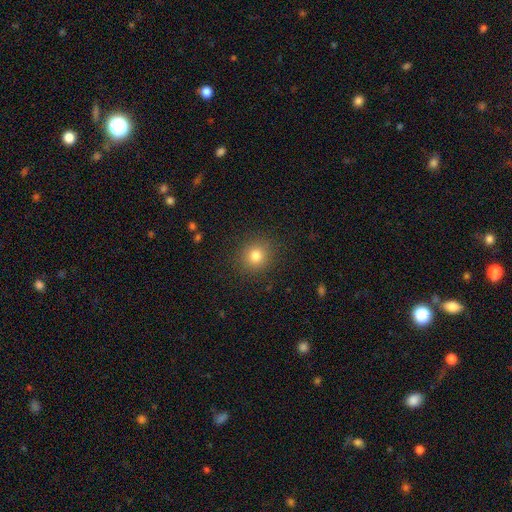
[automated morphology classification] A smooth galaxy with no disk features (80%) that is round (87%).

Vote fractions:
- Smooth or featured? smooth: 80% / star or artifact: 13% / featured or disk: 7%
- How rounded? round: 87% / in between: 12% / cigar-shaped: 1%
- Merging? none: 89% / minor disturbance: 7% / major disturbance: 3% / merger: 1%